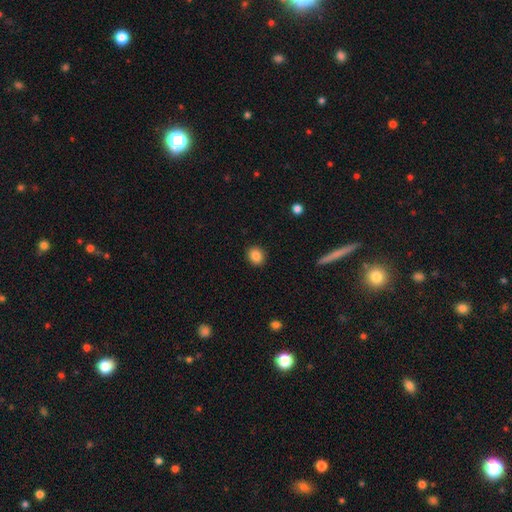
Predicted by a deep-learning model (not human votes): Morphology: type=smooth (87%); roundness=round (66%); merging=none (90%).